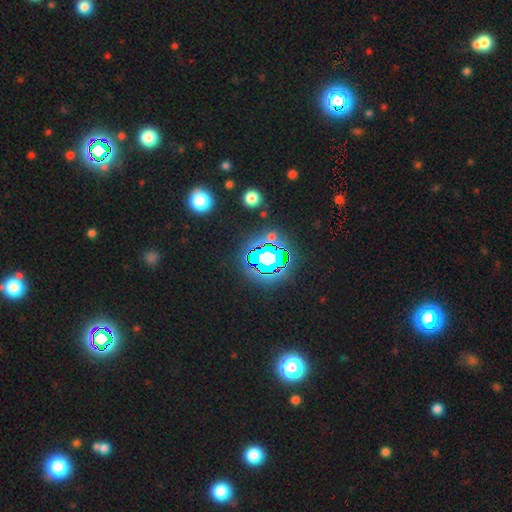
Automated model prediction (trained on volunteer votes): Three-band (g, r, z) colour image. It shows a star or artifact, not a galaxy (78%).